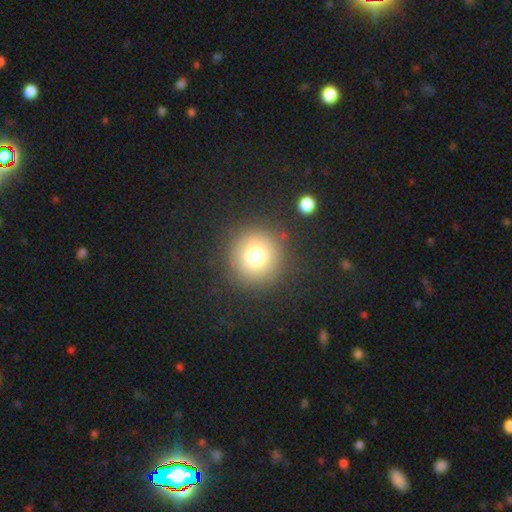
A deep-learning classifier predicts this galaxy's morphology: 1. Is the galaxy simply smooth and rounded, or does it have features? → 74% smooth, 15% star or artifact, 11% featured or disk.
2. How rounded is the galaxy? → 94% round, 5% in between, 1% cigar-shaped.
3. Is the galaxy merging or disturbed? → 87% none, 7% minor disturbance, 4% major disturbance, 2% merger.